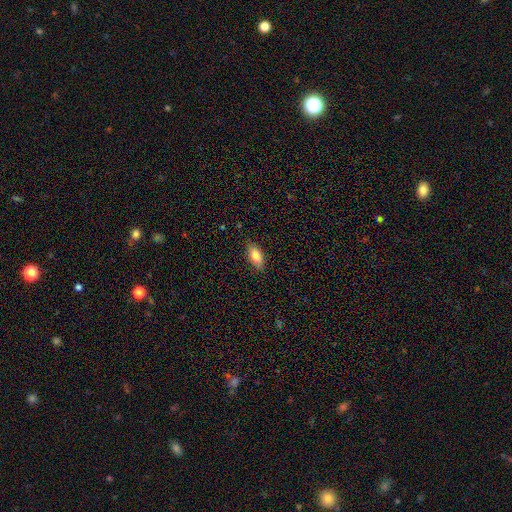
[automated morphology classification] Q: Smooth or featured?
A: smooth (79%); runner-up: featured or disk (14%)
Q: How rounded?
A: in between (85%); runner-up: cigar-shaped (12%)
Q: Merging?
A: none (85%); runner-up: minor disturbance (12%)